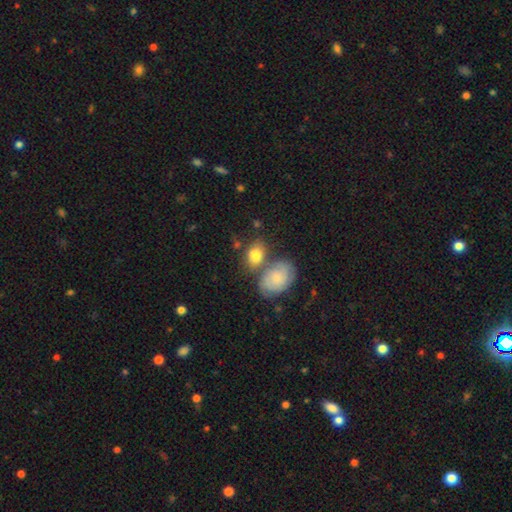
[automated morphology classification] smooth_or_featured: smooth (p=0.60) [alt: featured or disk p=0.32]
how_rounded: in between (p=0.71) [alt: round p=0.28]
merging: none (p=0.45) [alt: merger p=0.34]